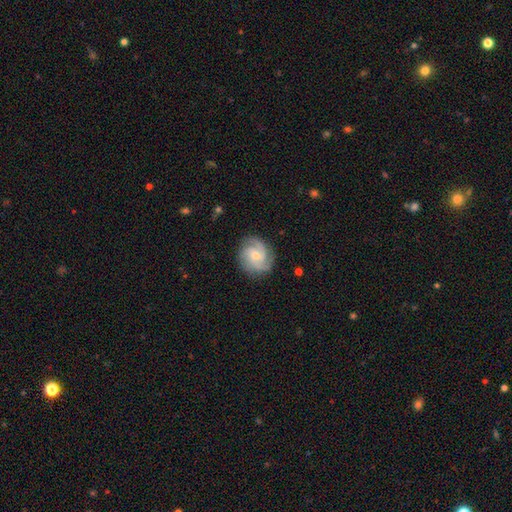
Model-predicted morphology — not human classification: A featured or disk galaxy (81%) with no bar (59%), 3 (54%) medium (45%) spiral arms (97%) and a small central bulge (59%). Merging: none (81%).